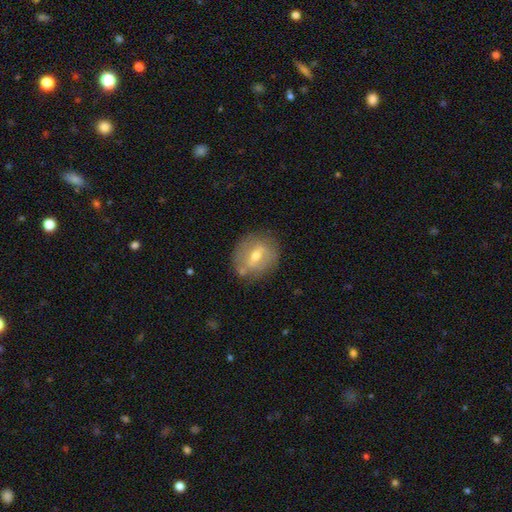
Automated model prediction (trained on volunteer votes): This is possibly a featured or disk galaxy (54%). It is clearly not viewed edge-on (89%). Merging: likely none (72%).